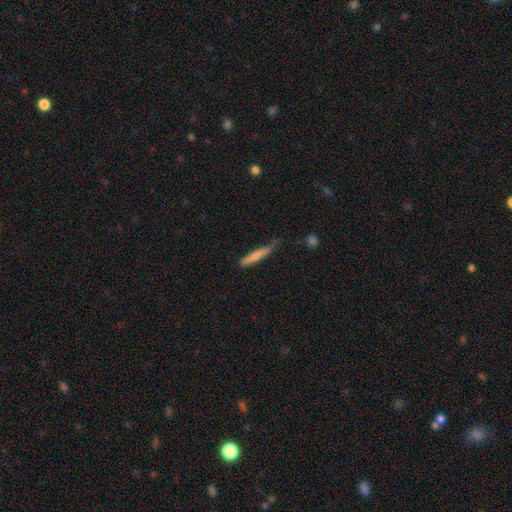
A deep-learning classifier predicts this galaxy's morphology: Smooth or featured? smooth (70%)
How rounded? cigar-shaped (93%)
Merging? none (60%)